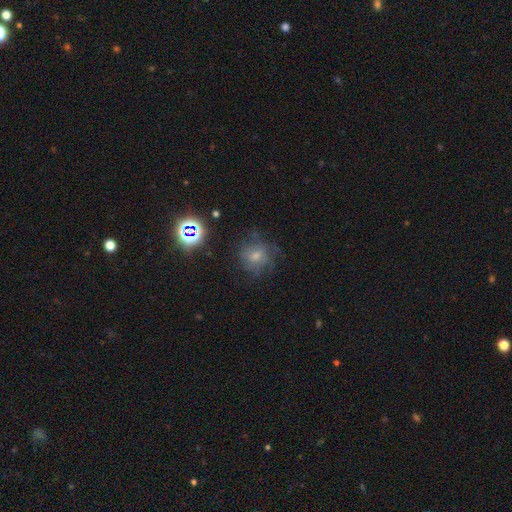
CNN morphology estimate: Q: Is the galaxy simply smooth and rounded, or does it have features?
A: smooth — 45%.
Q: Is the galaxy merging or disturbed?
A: none — 61%.